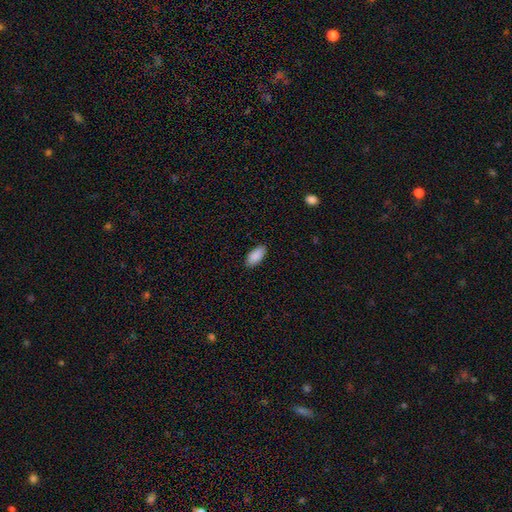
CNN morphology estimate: Smooth or featured? smooth (90%)
How rounded? in between (91%)
Merging? none (88%)